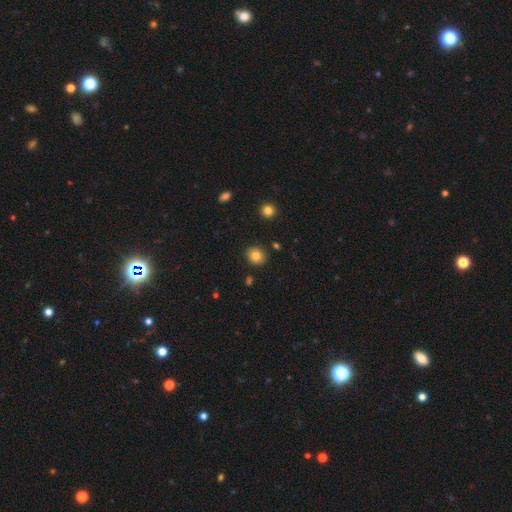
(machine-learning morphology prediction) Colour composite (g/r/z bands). It shows a smooth galaxy with no disk features (82%) that is round (77%). Merging: none (89%).